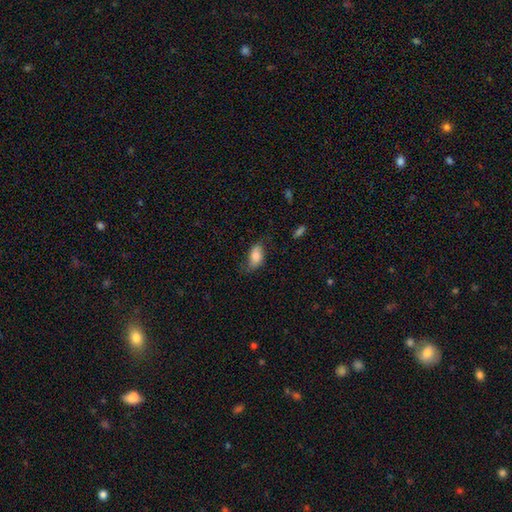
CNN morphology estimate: Smooth or featured?
  - smooth: 72% *
  - featured or disk: 21%
  - star or artifact: 7%
How rounded?
  - in between: 91% *
  - round: 6%
  - cigar-shaped: 3%
Merging?
  - none: 55% *
  - minor disturbance: 31%
  - major disturbance: 12%
  - merger: 2%